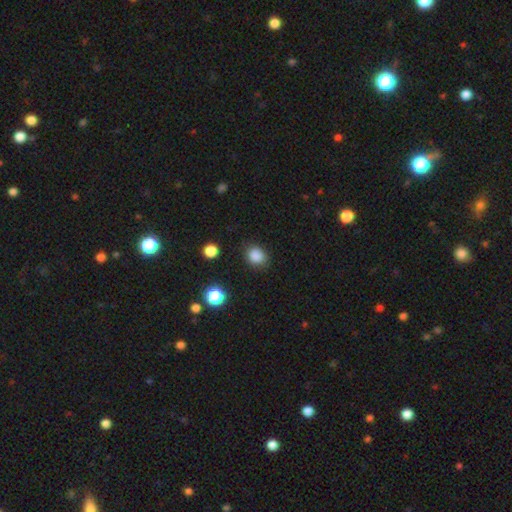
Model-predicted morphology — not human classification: smooth-or-featured: smooth: 85% | star or artifact: 11% | featured or disk: 3%
  how-rounded: round: 60% | in between: 39% | cigar-shaped: 1%
  merging: none: 82% | minor disturbance: 13% | major disturbance: 4% | merger: 2%